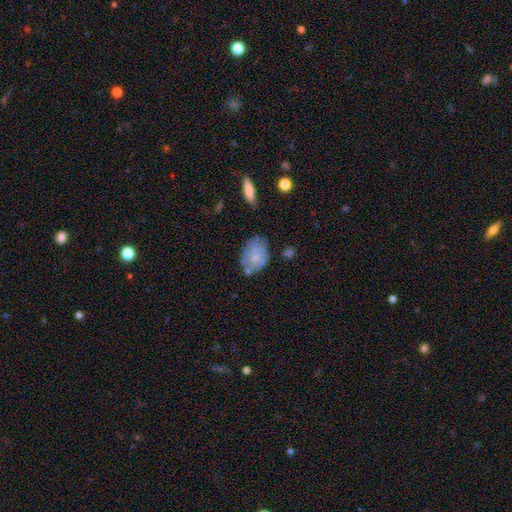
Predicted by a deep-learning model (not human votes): Smooth or featured: smooth — 67% (featured or disk — 25%)
How rounded: in between — 72% (round — 27%)
Merging: none — 51% (minor disturbance — 29%)